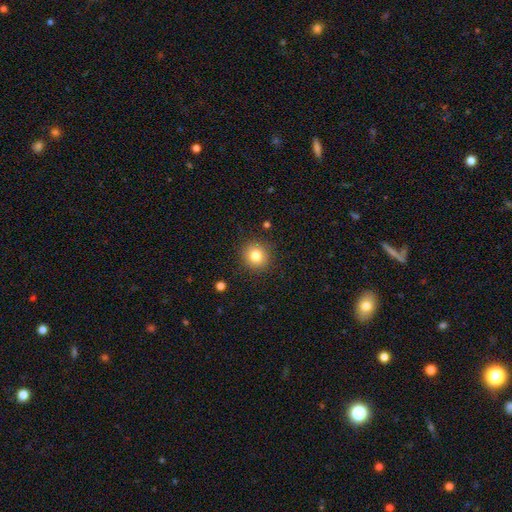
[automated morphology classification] The model was most divided on "smooth or featured": smooth: 82%, star or artifact: 11%, featured or disk: 7%. More confident: how rounded — round (90%); merging — none (89%).